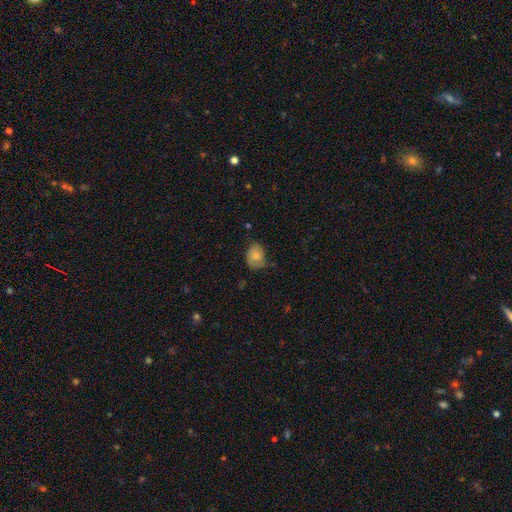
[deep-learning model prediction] This appears to be a smooth galaxy with no disk features (66%) that is in between round and cigar-shaped (64%). Merging: none (53%).